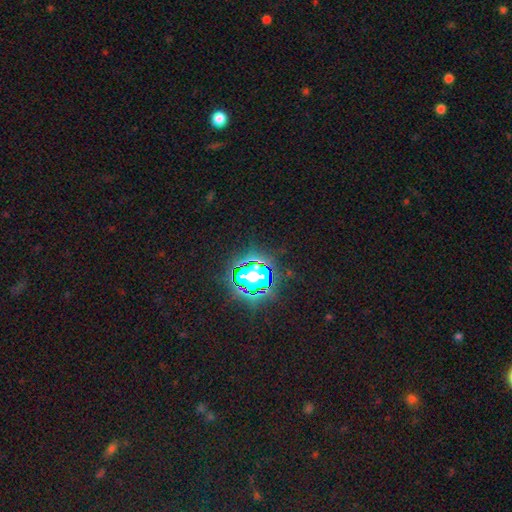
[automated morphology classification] The model was most divided on "smooth or featured": star or artifact: 81%, smooth: 13%, featured or disk: 6%.